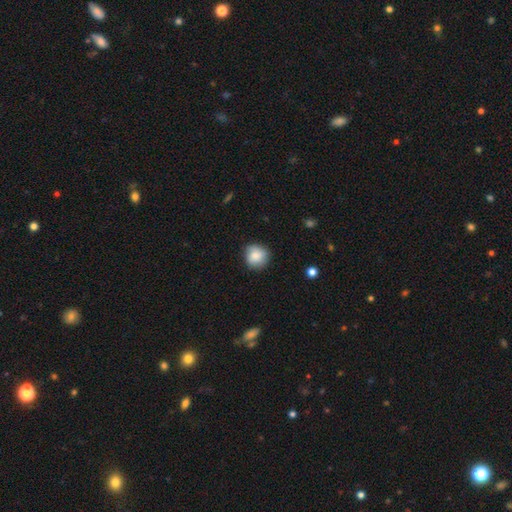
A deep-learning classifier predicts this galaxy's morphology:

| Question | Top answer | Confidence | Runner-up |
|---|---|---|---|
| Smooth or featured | smooth | 84% | star or artifact (8%) |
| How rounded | round | 90% | in between (9%) |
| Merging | none | 80% | minor disturbance (16%) |